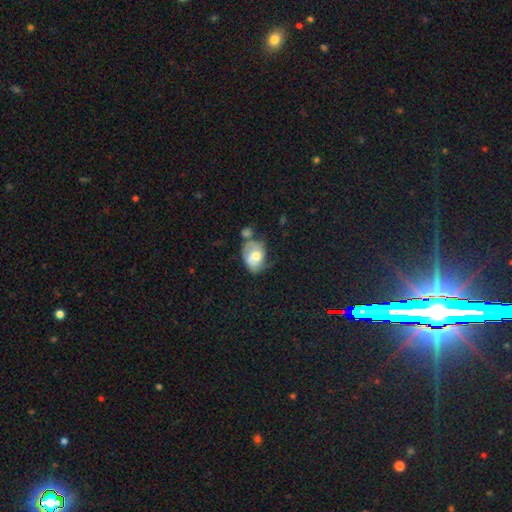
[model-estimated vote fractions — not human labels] Smooth or featured? Predicted: smooth (p=0.59). How rounded? Predicted: in between (p=0.71). Merging? Predicted: none (p=0.31).